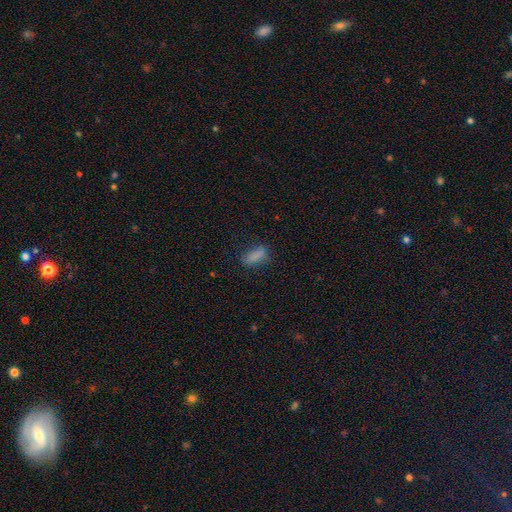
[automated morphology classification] The model was most divided on "merging": none: 70%, minor disturbance: 20%, major disturbance: 8%, merger: 2%. More confident: smooth or featured — smooth (80%); how rounded — in between (75%).